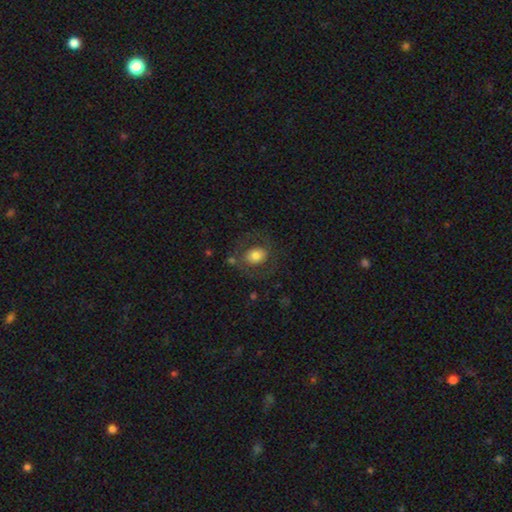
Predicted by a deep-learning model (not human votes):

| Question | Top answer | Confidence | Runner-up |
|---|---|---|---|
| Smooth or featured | smooth | 65% | featured or disk (26%) |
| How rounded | round | 52% | in between (47%) |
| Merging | none | 65% | minor disturbance (16%) |